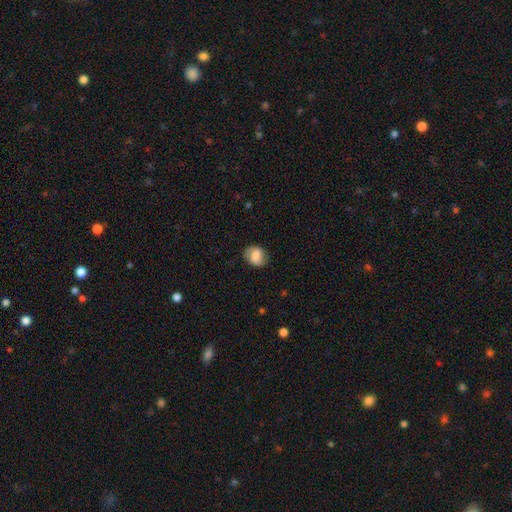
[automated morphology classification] Overall: smooth (62%; featured or disk 29%). How rounded: round (58%; in between 41%). Merging: none (75%).